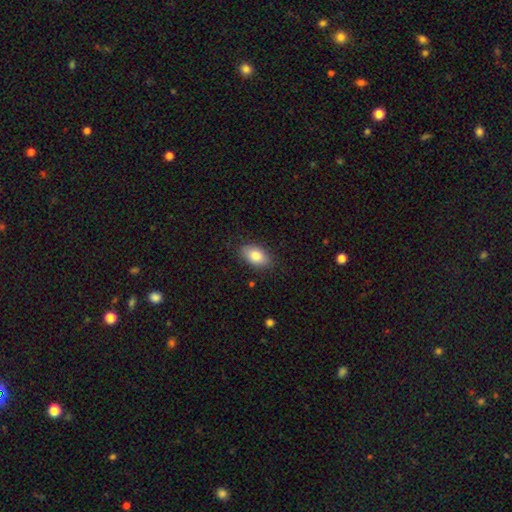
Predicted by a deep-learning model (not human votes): Smooth or featured? smooth (83%)
How rounded? in between (92%)
Merging? none (84%)